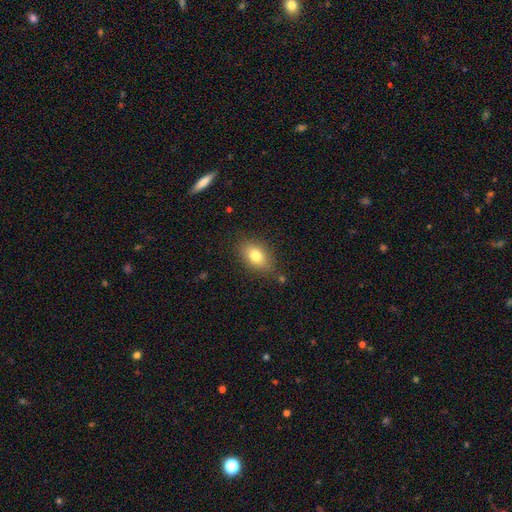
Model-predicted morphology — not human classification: Overall: smooth (78%). How rounded: in between (83%). Merging: none (78%).